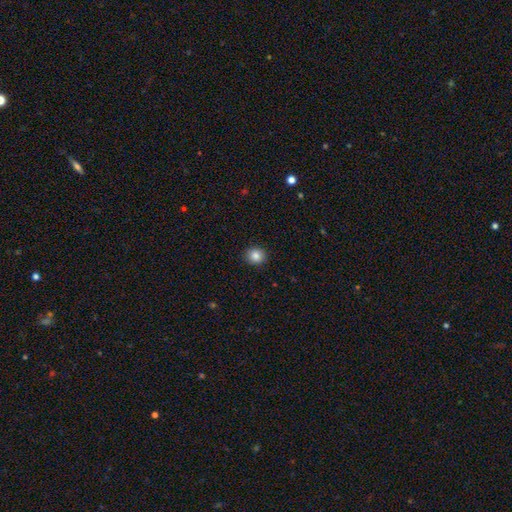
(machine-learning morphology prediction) Smooth or featured? smooth (85%)
How rounded? round (83%)
Merging? none (91%)